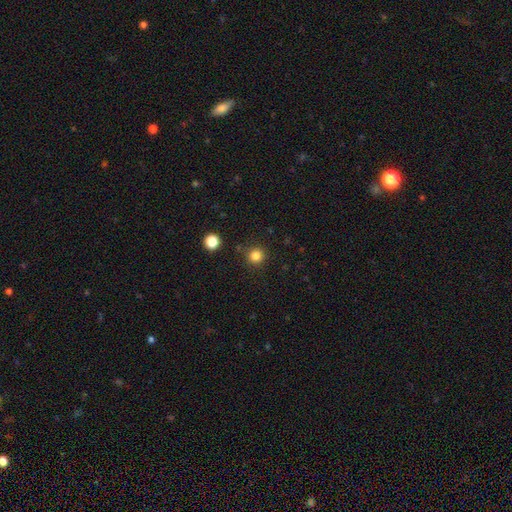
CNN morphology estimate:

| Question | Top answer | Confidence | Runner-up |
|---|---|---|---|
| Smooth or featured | smooth | 83% | star or artifact (13%) |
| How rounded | round | 94% | in between (5%) |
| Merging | none | 89% | minor disturbance (7%) |